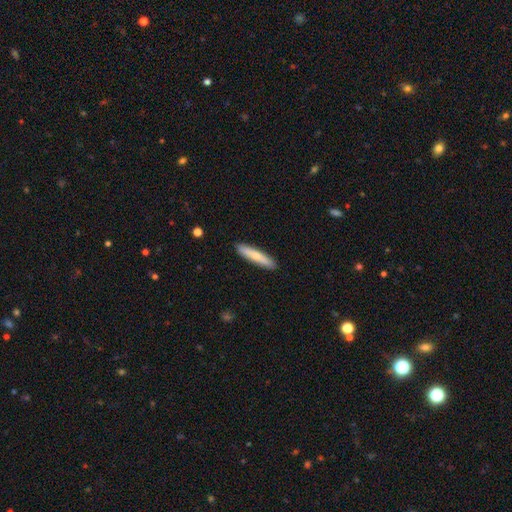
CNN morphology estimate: type=smooth (68%); roundness=cigar-shaped (89%); merging=none (90%).